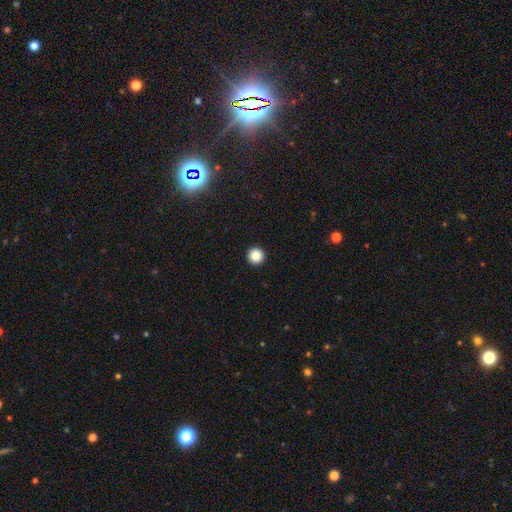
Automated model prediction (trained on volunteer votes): This appears to be a smooth galaxy with no disk features (86%) that is round (97%). Merging: none (95%).